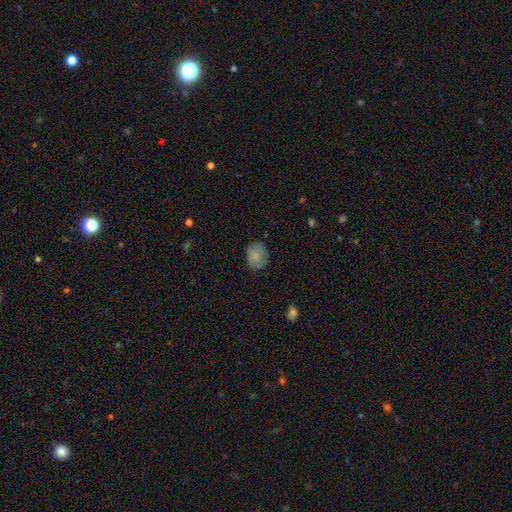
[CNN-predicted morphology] A smooth galaxy with no disk features (83%) that is in between round and cigar-shaped (50%). Merging: none (79%).